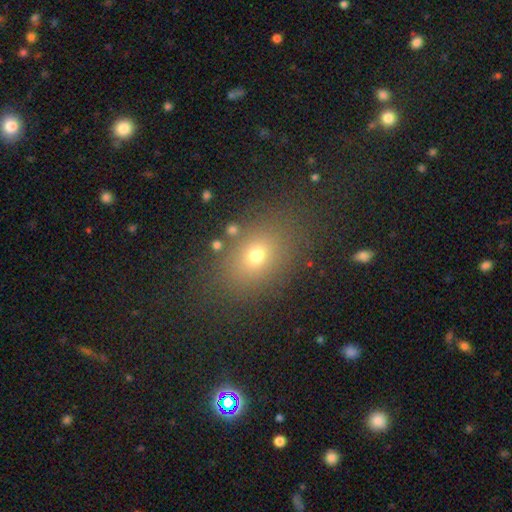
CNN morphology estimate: The model was most divided on "how rounded": in between: 65%, round: 34%, cigar-shaped: 1%. More confident: merging — none (81%); smooth or featured — smooth (68%).